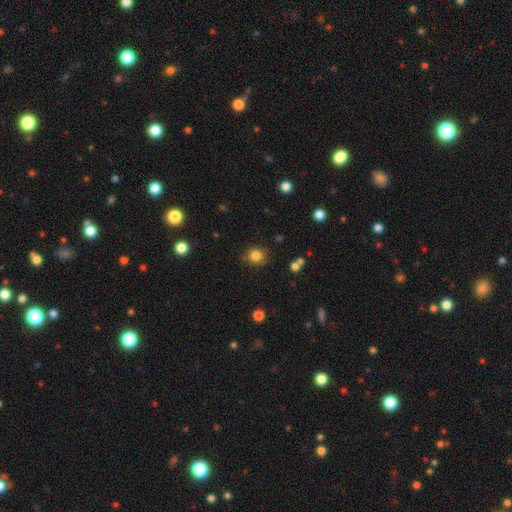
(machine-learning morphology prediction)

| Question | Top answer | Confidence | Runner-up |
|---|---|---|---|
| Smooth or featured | smooth | 83% | star or artifact (12%) |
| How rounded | round | 87% | in between (12%) |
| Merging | none | 84% | minor disturbance (11%) |